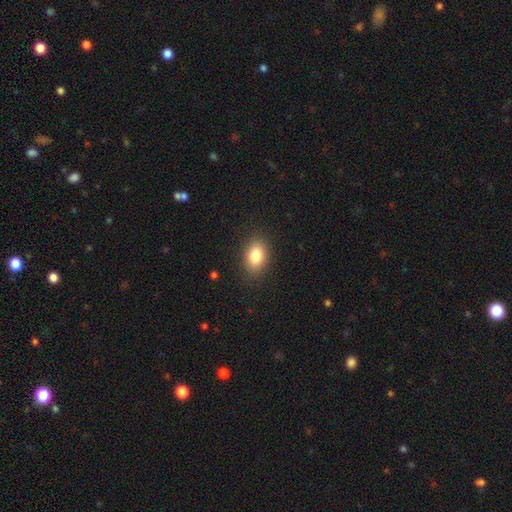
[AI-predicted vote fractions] This appears to be a smooth galaxy with no disk features (84%) that is in between round and cigar-shaped (81%). Merging: none (87%).